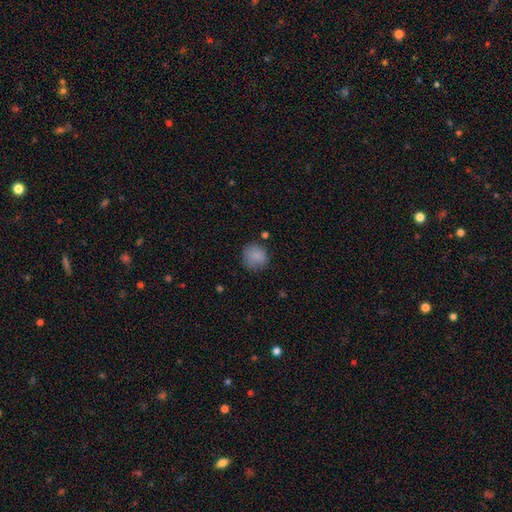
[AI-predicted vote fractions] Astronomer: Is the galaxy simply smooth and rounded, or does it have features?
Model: smooth — 85%.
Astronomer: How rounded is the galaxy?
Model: round — 91%.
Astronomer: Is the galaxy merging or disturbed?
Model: none — 80%.